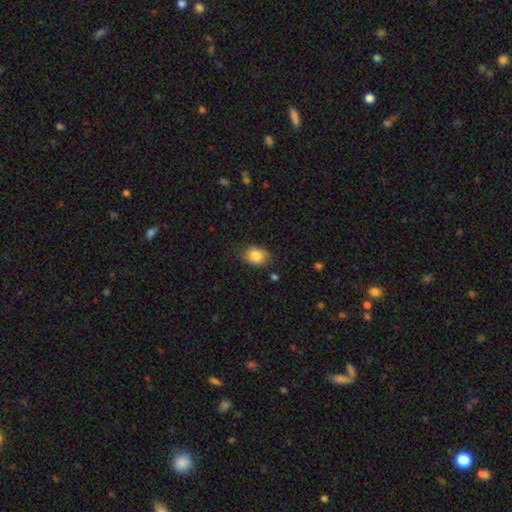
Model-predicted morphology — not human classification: type=smooth (85%); roundness=in between (66%); merging=none (76%).